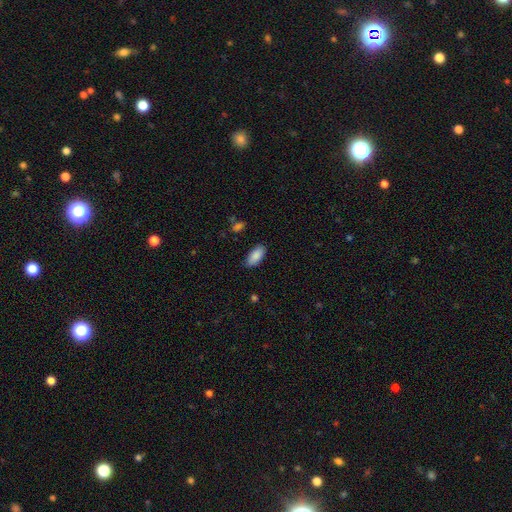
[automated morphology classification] Smooth or featured? smooth (89%)
How rounded? in between (90%)
Merging? none (83%)